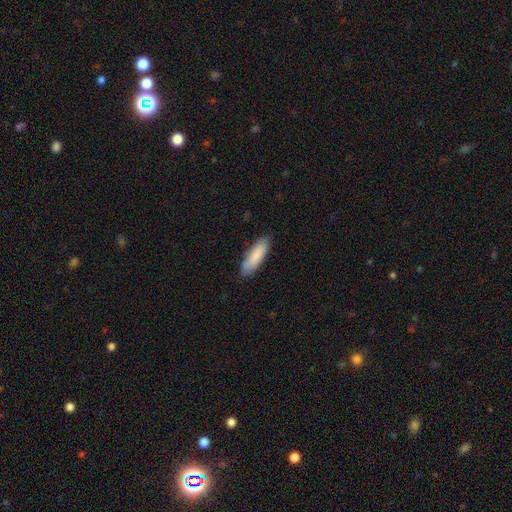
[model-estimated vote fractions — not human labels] Morphology: type=smooth (86%); roundness=in between (52%); merging=none (84%).